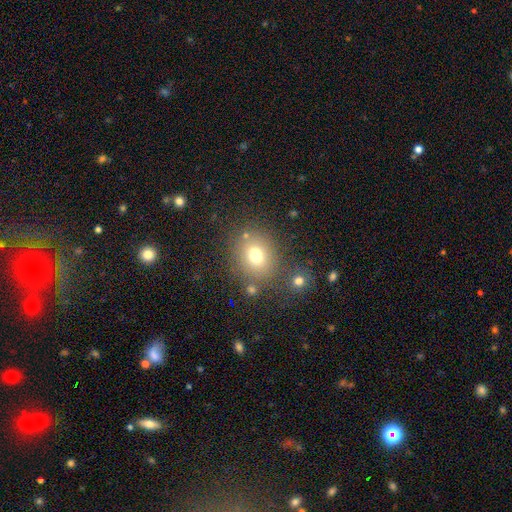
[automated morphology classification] This appears to be a smooth galaxy with no disk features (73%) that is round (67%). Merging: none (75%).